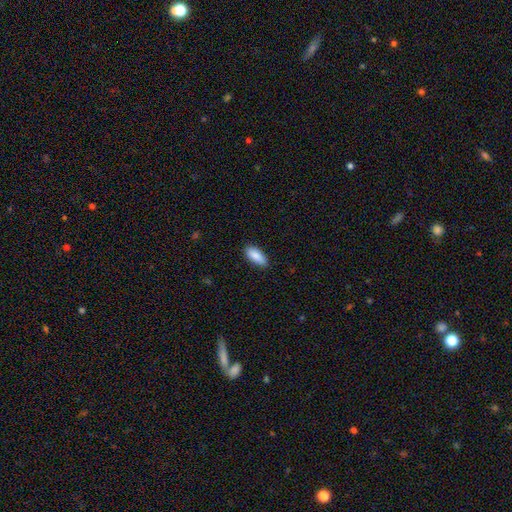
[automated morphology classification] Smooth or featured: smooth — 88% (star or artifact — 6%)
How rounded: in between — 83% (cigar-shaped — 15%)
Merging: none — 87% (minor disturbance — 10%)